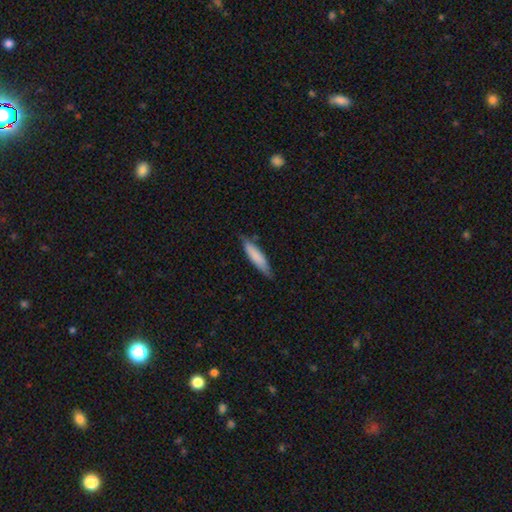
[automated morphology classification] Overall: smooth (78%). How rounded: cigar-shaped (78%). Merging: none (78%).